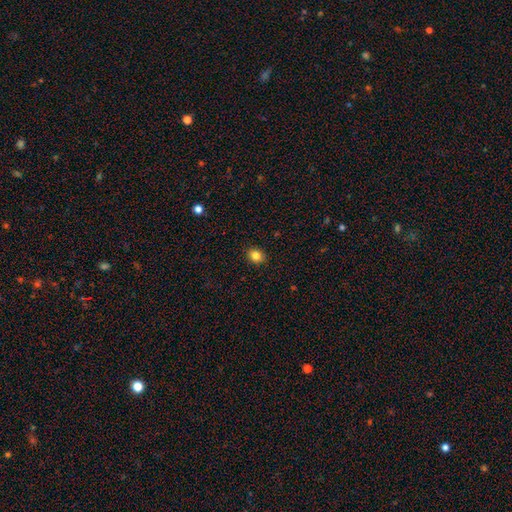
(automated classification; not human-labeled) This is clearly a smooth galaxy (84%). How rounded: likely round (61%). Merging: clearly none (91%).